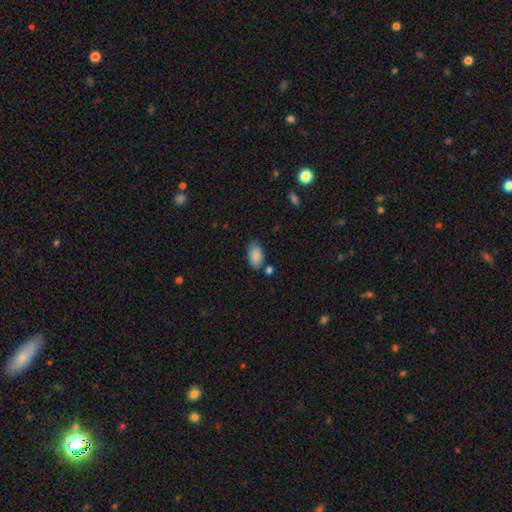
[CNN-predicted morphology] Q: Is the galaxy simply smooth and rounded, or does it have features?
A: smooth — 88%.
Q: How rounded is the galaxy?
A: in between — 93%.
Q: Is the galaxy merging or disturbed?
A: none — 71%.